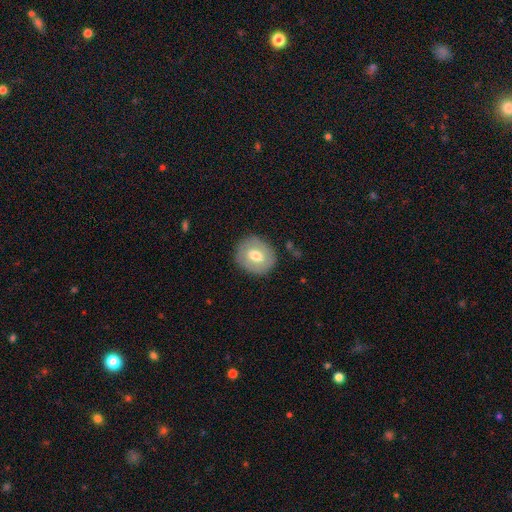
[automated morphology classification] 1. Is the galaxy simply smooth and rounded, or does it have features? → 61% smooth, 32% featured or disk, 6% star or artifact.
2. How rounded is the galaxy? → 70% round, 29% in between, 1% cigar-shaped.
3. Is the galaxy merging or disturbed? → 84% none, 11% minor disturbance, 4% major disturbance, 1% merger.